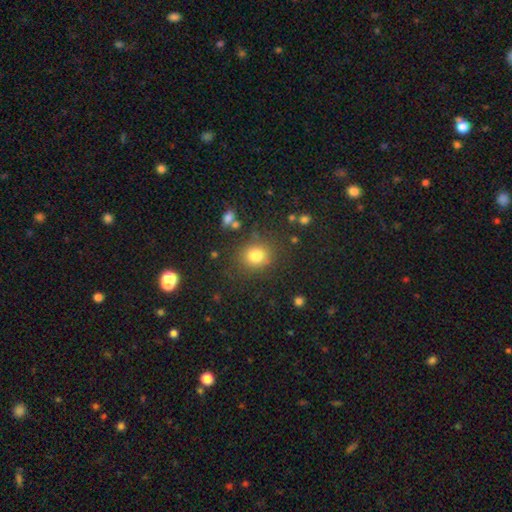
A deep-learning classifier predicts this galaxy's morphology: smooth-or-featured: smooth: 80% | star or artifact: 13% | featured or disk: 7%
  how-rounded: round: 75% | in between: 24% | cigar-shaped: 1%
  merging: none: 81% | minor disturbance: 11% | major disturbance: 4% | merger: 3%